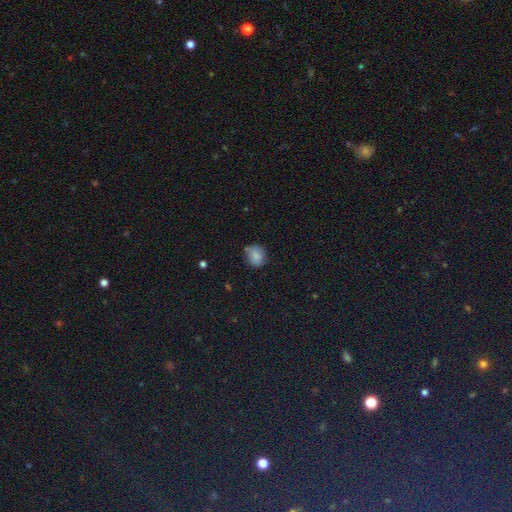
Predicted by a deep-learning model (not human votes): smooth-or-featured: smooth: 82% | star or artifact: 10% | featured or disk: 8%
  how-rounded: round: 70% | in between: 29% | cigar-shaped: 1%
  merging: none: 68% | minor disturbance: 25% | major disturbance: 4% | merger: 3%